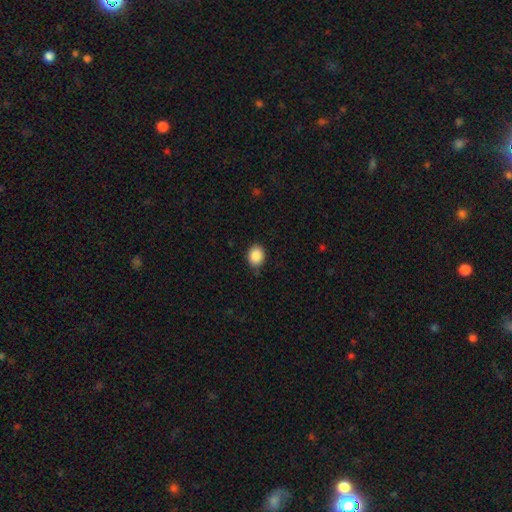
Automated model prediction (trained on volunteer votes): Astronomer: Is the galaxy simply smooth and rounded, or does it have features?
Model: smooth — 88%.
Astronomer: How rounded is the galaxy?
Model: round — 51% (runner-up: in between, 48%).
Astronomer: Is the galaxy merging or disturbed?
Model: none — 83%.